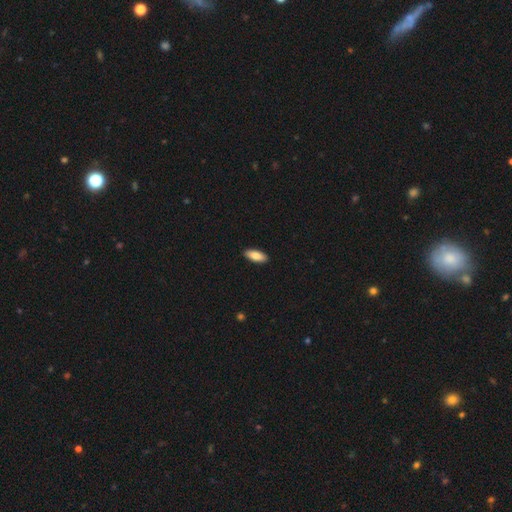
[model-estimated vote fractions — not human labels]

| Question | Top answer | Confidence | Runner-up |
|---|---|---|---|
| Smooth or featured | smooth | 84% | featured or disk (11%) |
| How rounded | in between | 78% | cigar-shaped (20%) |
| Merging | none | 91% | minor disturbance (7%) |